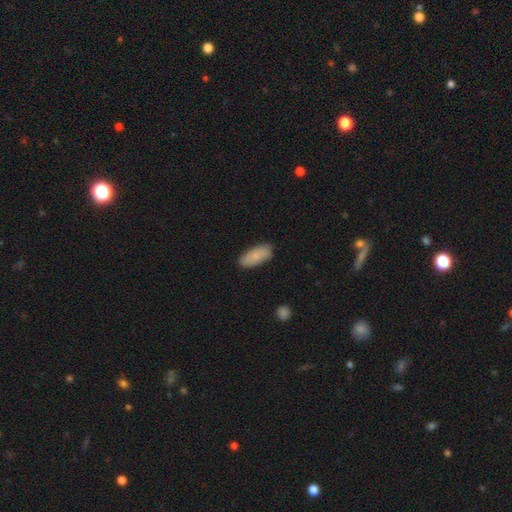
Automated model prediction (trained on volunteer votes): Q: Smooth or featured?
A: smooth (83%); runner-up: featured or disk (11%)
Q: How rounded?
A: in between (83%); runner-up: cigar-shaped (15%)
Q: Merging?
A: none (82%); runner-up: minor disturbance (14%)